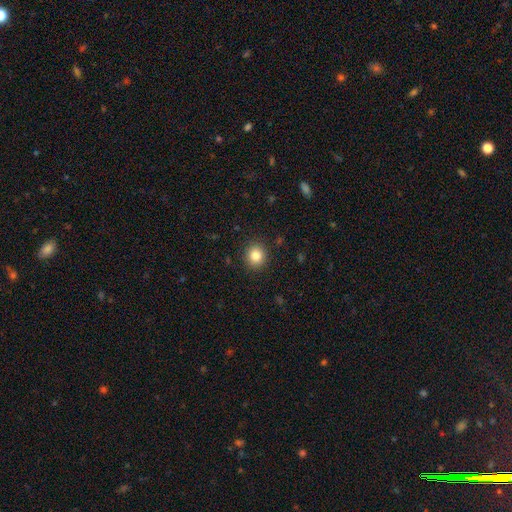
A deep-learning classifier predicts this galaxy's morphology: smooth_or_featured: smooth (p=0.84) [alt: star or artifact p=0.11]
how_rounded: round (p=0.86) [alt: in between p=0.13]
merging: none (p=0.90) [alt: minor disturbance p=0.06]